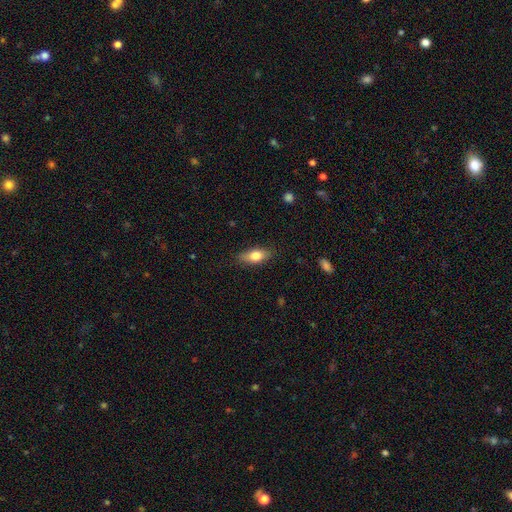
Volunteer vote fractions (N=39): Q: Smooth or featured?
A: smooth (67%); runner-up: featured or disk (28%)
Q: How rounded?
A: in between (81%); runner-up: cigar-shaped (15%)
Q: Merging?
A: none (81%); runner-up: minor disturbance (11%)